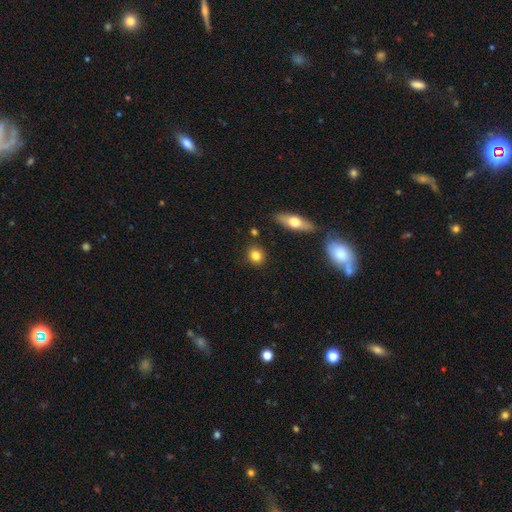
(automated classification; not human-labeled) smooth_or_featured: smooth (p=0.81) [alt: featured or disk p=0.10]
how_rounded: round (p=0.75) [alt: in between p=0.23]
merging: none (p=0.87) [alt: minor disturbance p=0.08]